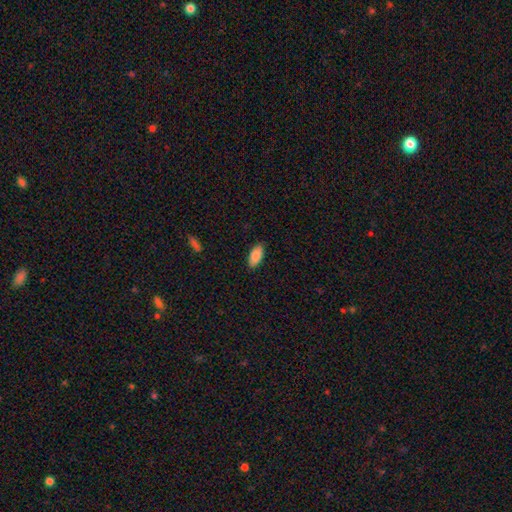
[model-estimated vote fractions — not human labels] Smooth or featured? Predicted: smooth (p=0.88). How rounded? Predicted: in between (p=0.90). Merging? Predicted: none (p=0.88).